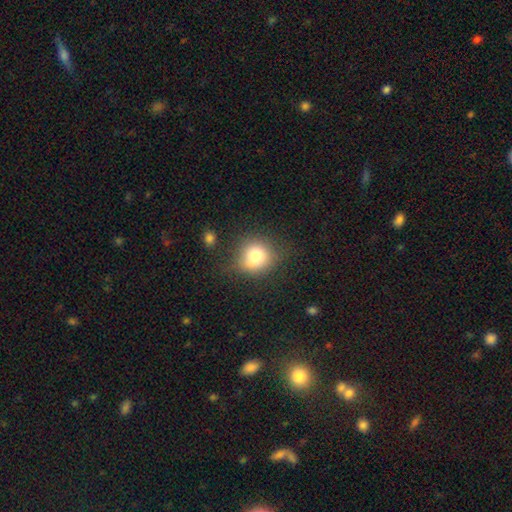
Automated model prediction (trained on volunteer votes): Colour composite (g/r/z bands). It shows a smooth galaxy with no disk features (75%) that is round (81%). Merging: none (58%).